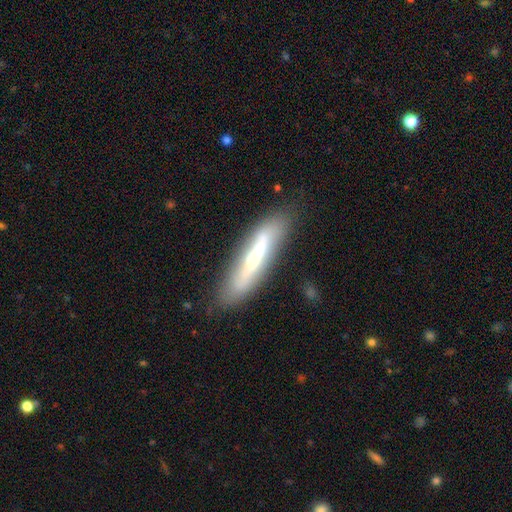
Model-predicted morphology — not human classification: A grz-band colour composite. It shows a featured or disk galaxy (50%). Merging: none (79%).